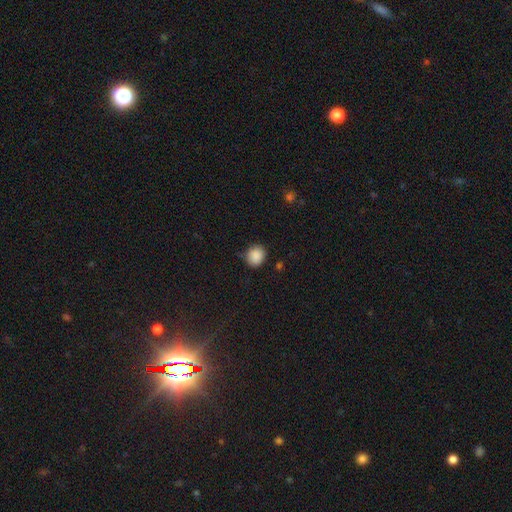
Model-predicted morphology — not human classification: Q: Smooth or featured?
A: smooth (88%); runner-up: star or artifact (9%)
Q: How rounded?
A: round (80%); runner-up: in between (19%)
Q: Merging?
A: none (78%); runner-up: minor disturbance (17%)